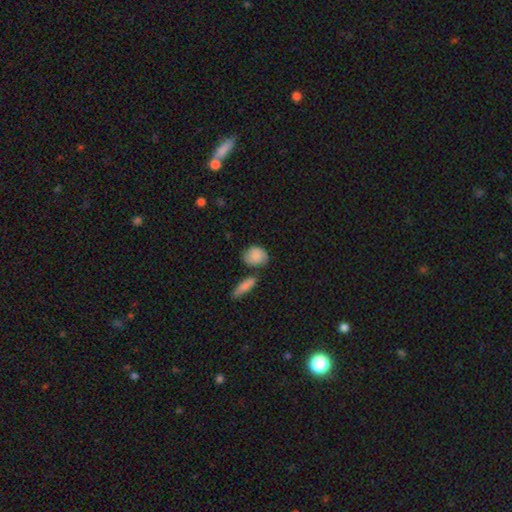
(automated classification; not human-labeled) The model was most divided on "how rounded": round: 49%, in between: 47%, cigar-shaped: 3%. More confident: smooth or featured — smooth (76%); merging — none (62%).